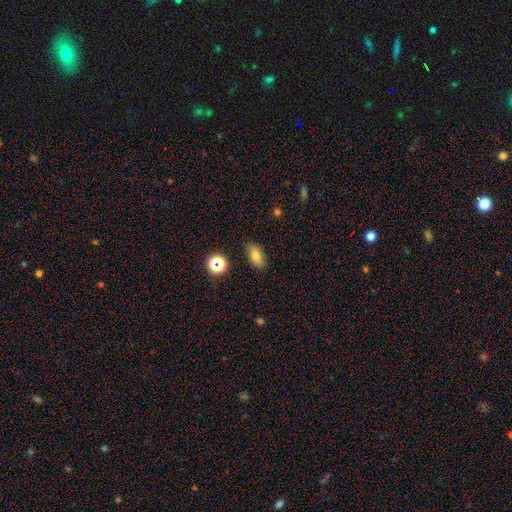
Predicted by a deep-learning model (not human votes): Smooth or featured? smooth (76%)
How rounded? in between (85%)
Merging? none (81%)